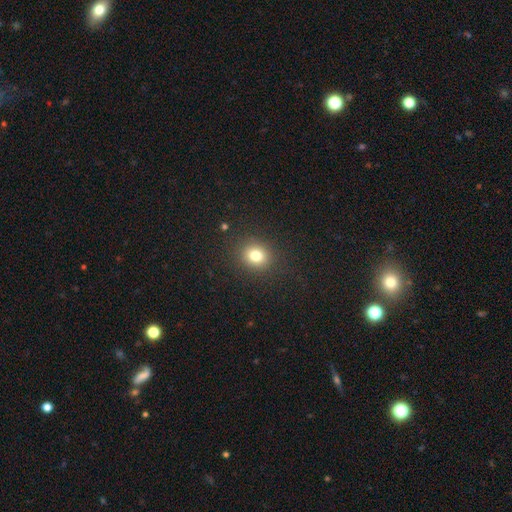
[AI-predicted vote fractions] Morphology: type=smooth (79%); roundness=round (76%); merging=none (88%).